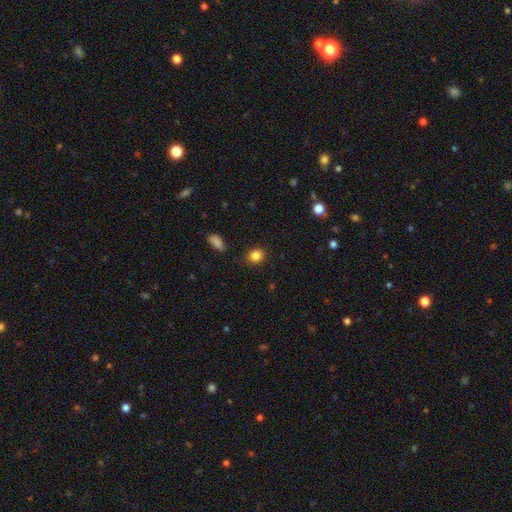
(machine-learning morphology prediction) A smooth galaxy with no disk features (85%) that is round (67%).

Vote fractions:
- Smooth or featured? smooth: 85% / star or artifact: 11% / featured or disk: 5%
- How rounded? round: 67% / in between: 32% / cigar-shaped: 1%
- Merging? none: 87% / minor disturbance: 10% / major disturbance: 3% / merger: 1%